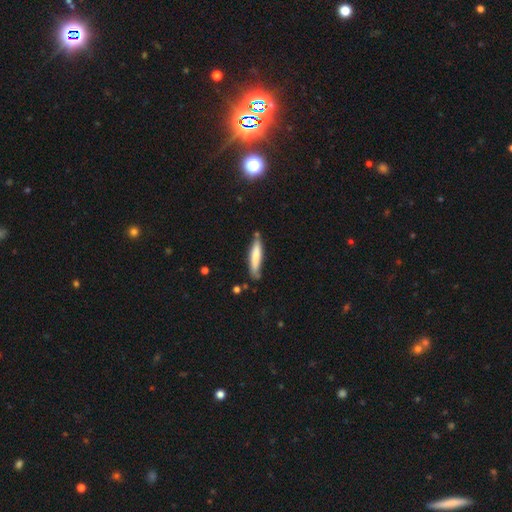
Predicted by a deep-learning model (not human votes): Overall: smooth (73%). How rounded: cigar-shaped (85%). Merging: none (68%).